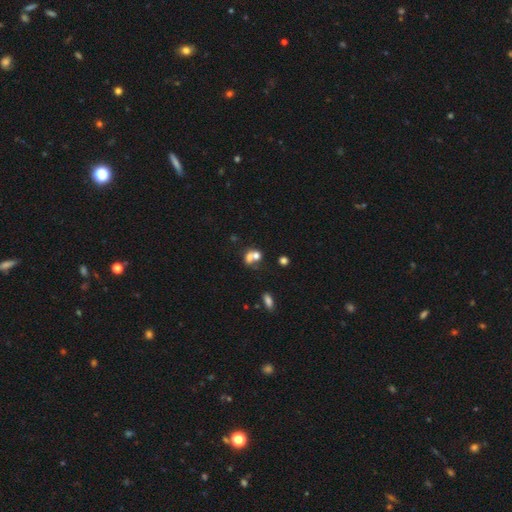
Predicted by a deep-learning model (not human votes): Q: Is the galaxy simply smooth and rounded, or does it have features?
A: smooth — 65%.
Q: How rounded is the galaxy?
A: round — 54%.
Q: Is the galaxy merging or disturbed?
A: merger — 60%.